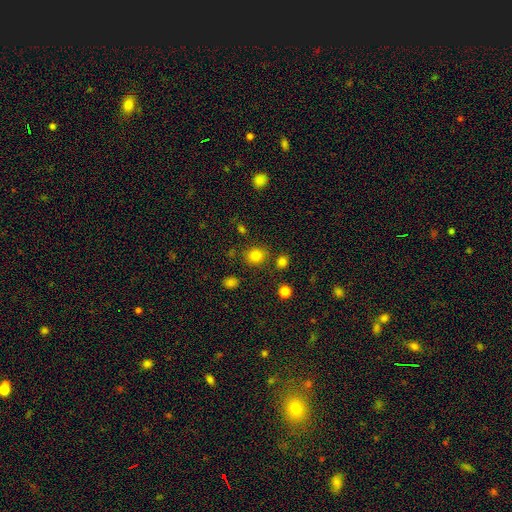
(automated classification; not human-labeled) Morphology: type=smooth (81%); roundness=round (78%); merging=none (82%).